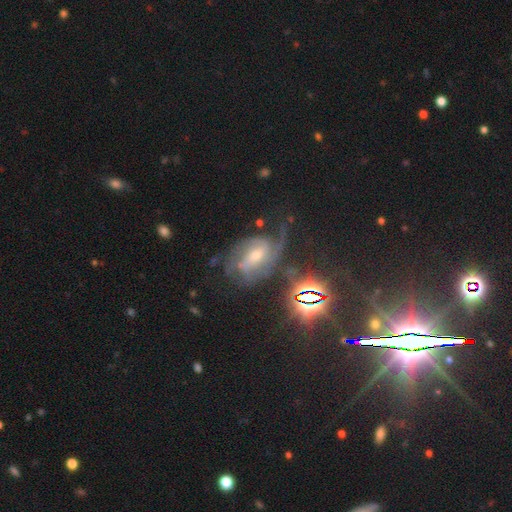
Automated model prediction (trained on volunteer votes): A featured or disk galaxy (73%) with a weak bar (44%), 2 (40%) medium (45%) spiral arms (91%) and a moderate central bulge (46%). Merging: none (43%).